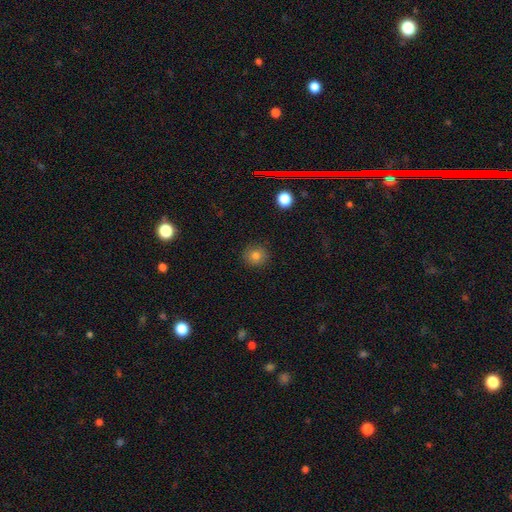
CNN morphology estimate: Smooth or featured: smooth — 81% (star or artifact — 12%)
How rounded: round — 89% (in between — 10%)
Merging: none — 89% (minor disturbance — 7%)